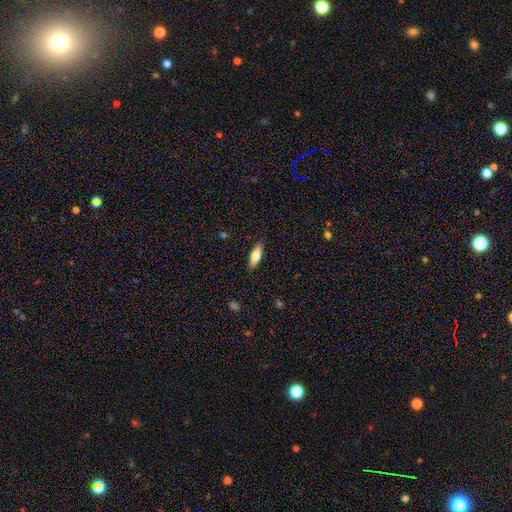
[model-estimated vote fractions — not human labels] Q: Smooth or featured?
A: smooth (72%); runner-up: featured or disk (22%)
Q: How rounded?
A: in between (56%); runner-up: cigar-shaped (42%)
Q: Merging?
A: none (88%); runner-up: minor disturbance (9%)